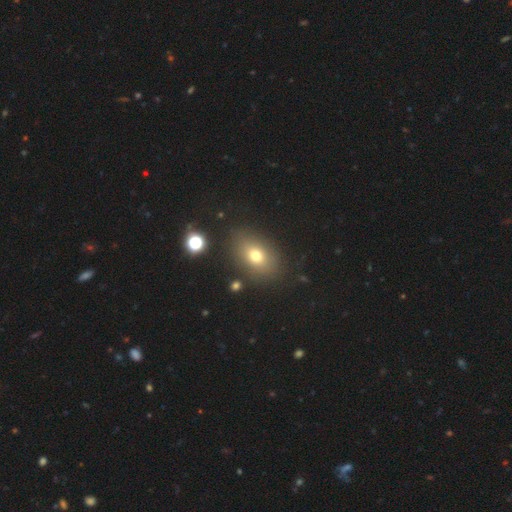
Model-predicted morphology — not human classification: The model was most divided on "how rounded": in between: 73%, round: 25%, cigar-shaped: 2%. More confident: merging — none (82%); smooth or featured — smooth (71%).